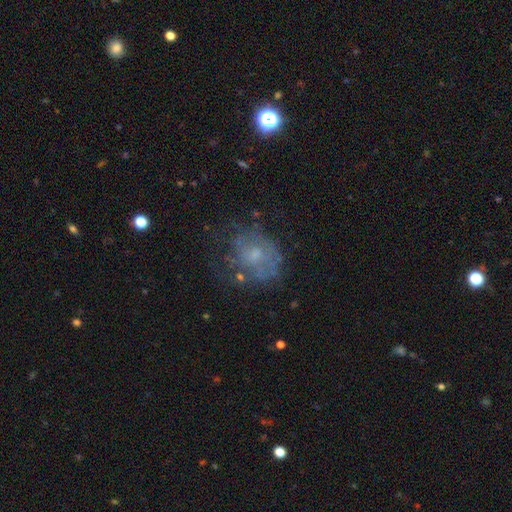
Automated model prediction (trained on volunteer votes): smooth_or_featured: featured or disk (p=0.49) [alt: smooth p=0.35]
merging: none (p=0.51) [alt: minor disturbance p=0.24]